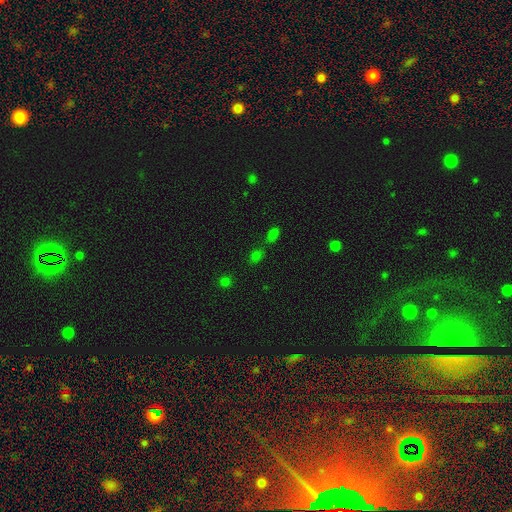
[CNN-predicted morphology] A smooth galaxy with no disk features (55%) that is in between round and cigar-shaped (67%). Merging: none (53%).